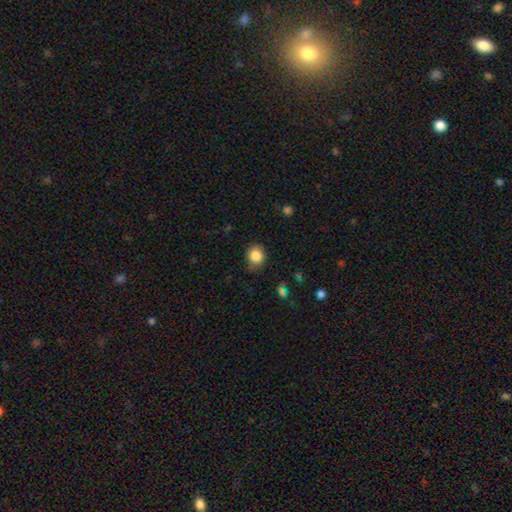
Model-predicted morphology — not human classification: smooth-or-featured: smooth: 84% | star or artifact: 10% | featured or disk: 6%
  how-rounded: round: 65% | in between: 34% | cigar-shaped: 1%
  merging: none: 77% | minor disturbance: 18% | major disturbance: 4% | merger: 1%